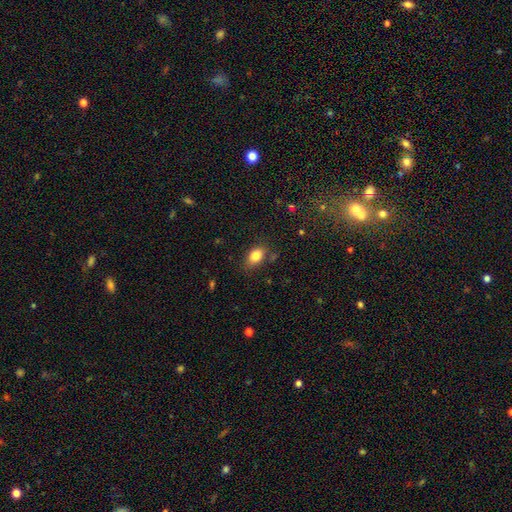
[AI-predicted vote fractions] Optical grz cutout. It shows a smooth galaxy with no disk features (84%) that is in between round and cigar-shaped (83%). Merging: none (77%).